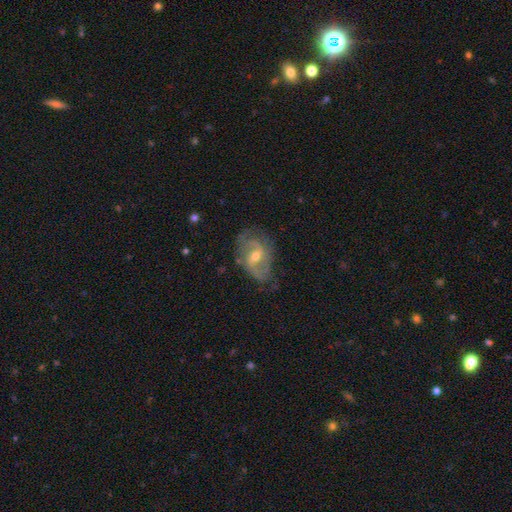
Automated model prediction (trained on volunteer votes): This appears to be a featured or disk galaxy (76%) with a weak bar (51%), 2 (67%) medium (44%) spiral arms (86%) and a moderate central bulge (57%). Merging: none (60%).